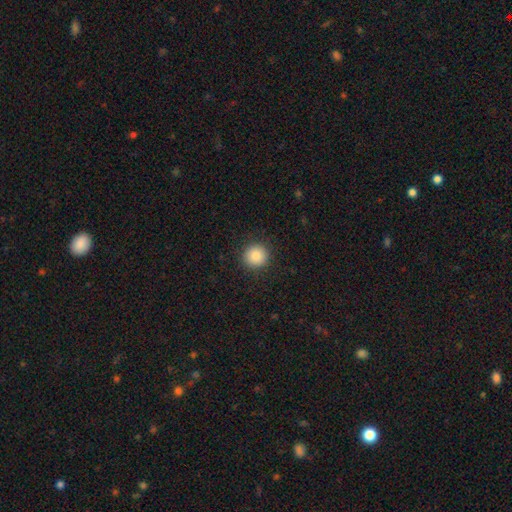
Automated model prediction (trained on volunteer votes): Morphology: type=smooth (85%); roundness=round (94%); merging=none (91%).